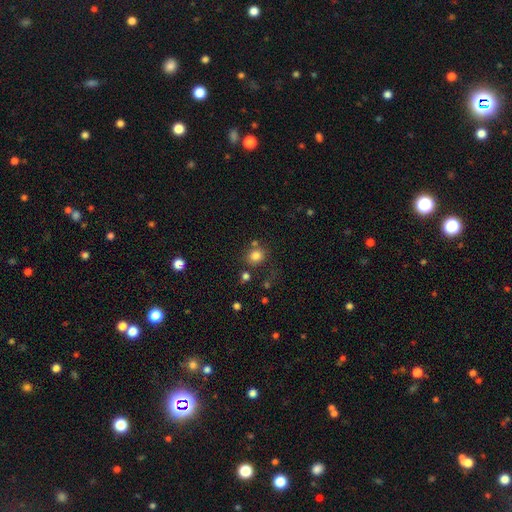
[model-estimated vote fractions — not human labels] Overall: smooth (81%). How rounded: round (81%). Merging: none (70%).